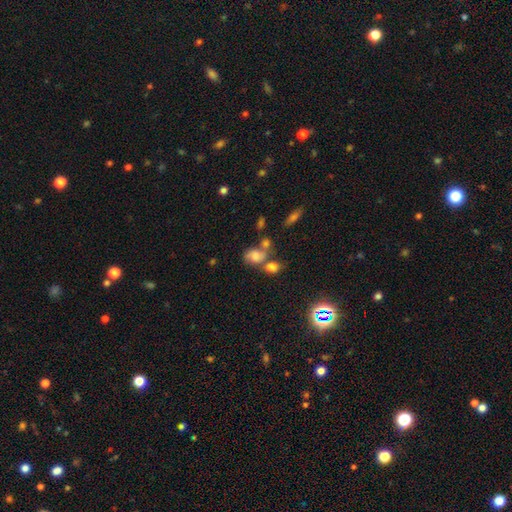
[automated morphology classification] Smooth or featured?
  - smooth: 66% *
  - featured or disk: 21%
  - star or artifact: 13%
How rounded?
  - in between: 67% *
  - round: 31%
  - cigar-shaped: 2%
Merging?
  - merger: 40% *
  - none: 33%
  - minor disturbance: 16%
  - major disturbance: 11%